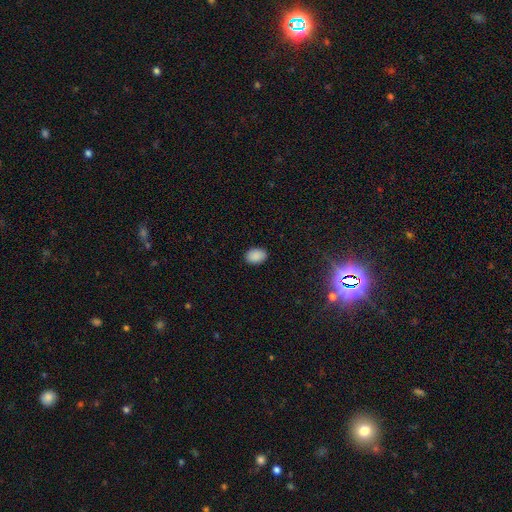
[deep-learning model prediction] The model was most divided on "how rounded": in between: 80%, round: 19%, cigar-shaped: 1%. More confident: merging — none (89%); smooth or featured — smooth (89%).